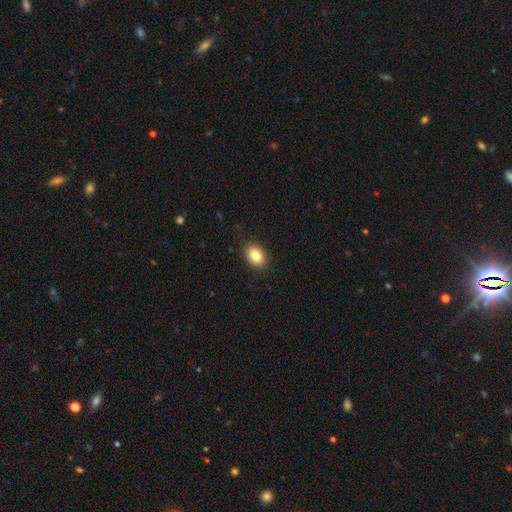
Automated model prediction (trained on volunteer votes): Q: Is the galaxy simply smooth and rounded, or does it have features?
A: smooth — 85%.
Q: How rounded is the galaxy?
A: in between — 79%.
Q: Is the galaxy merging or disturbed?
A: none — 89%.